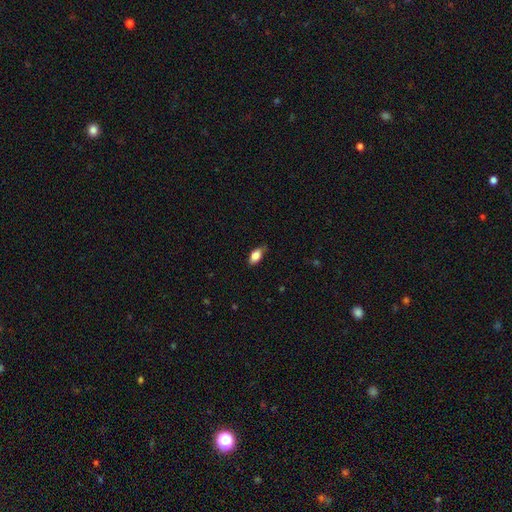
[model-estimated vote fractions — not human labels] Morphology: type=smooth (82%); roundness=in between (90%); merging=none (71%).